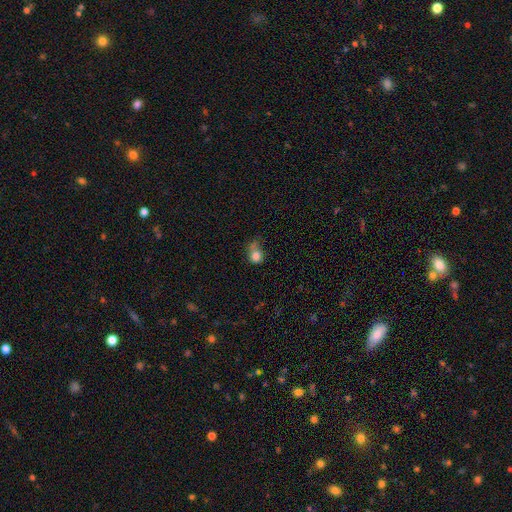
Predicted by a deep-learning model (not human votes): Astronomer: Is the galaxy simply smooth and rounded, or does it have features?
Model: smooth — 79%.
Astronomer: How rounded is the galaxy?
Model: round — 65%.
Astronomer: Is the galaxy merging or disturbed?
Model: none — 33% (runner-up: minor disturbance, 24%).